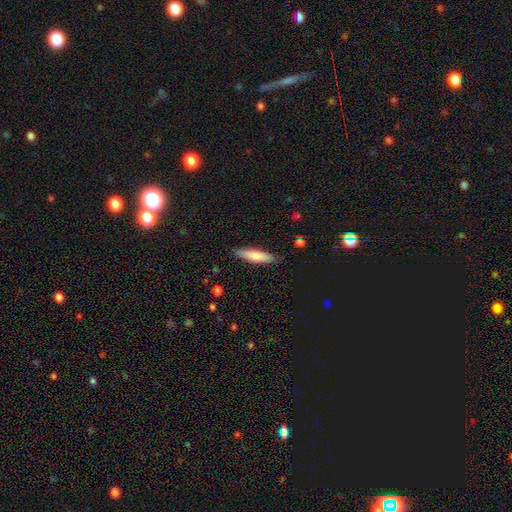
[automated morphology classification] type=smooth (76%); roundness=cigar-shaped (73%); merging=none (87%).